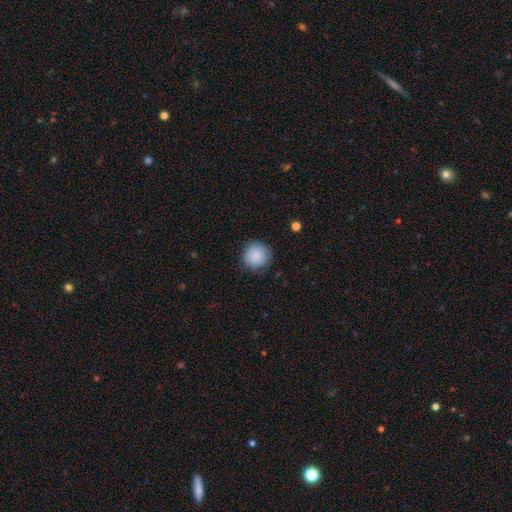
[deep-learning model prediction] Smooth or featured: smooth — 87% (star or artifact — 8%)
How rounded: round — 94% (in between — 5%)
Merging: none — 85% (minor disturbance — 11%)